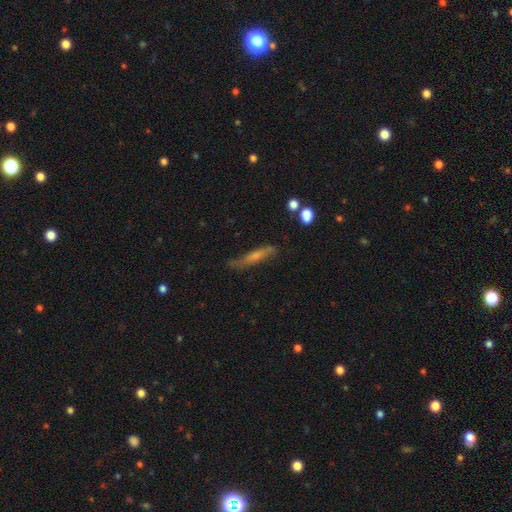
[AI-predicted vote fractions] A featured or disk galaxy (47%). Merging: none (73%).